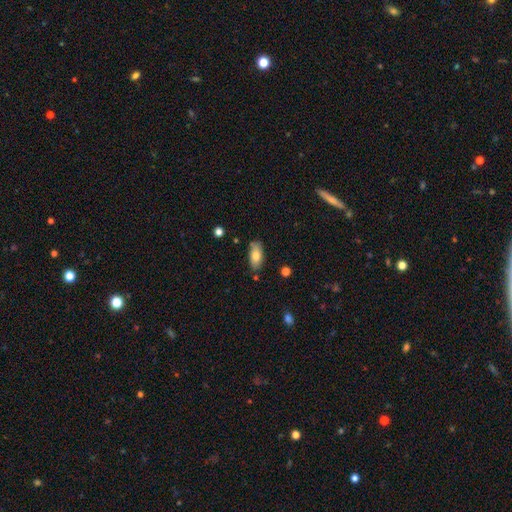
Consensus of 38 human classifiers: Smooth or featured? 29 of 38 (76%) said smooth. How rounded? 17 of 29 (59%) said in between. Merging? 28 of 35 (80%) said none.